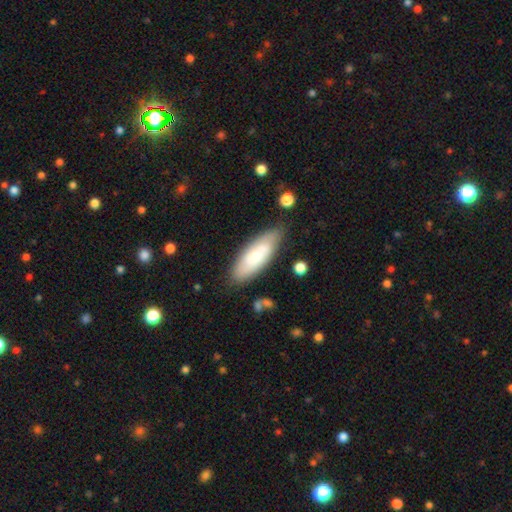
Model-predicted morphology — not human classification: smooth 66%, featured or disk 28%, star or artifact 6%. Down the decision tree: how rounded — in between (63%); merging — none (78%).